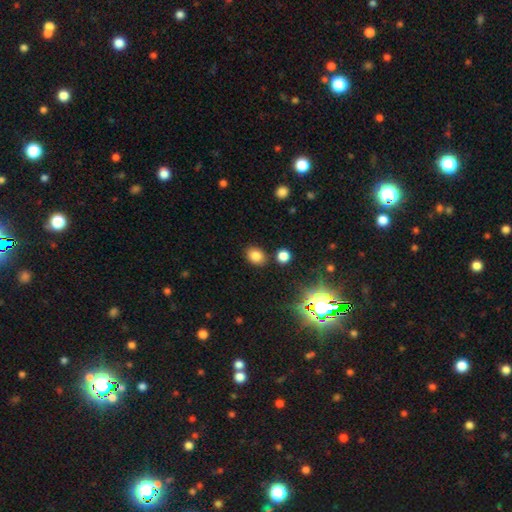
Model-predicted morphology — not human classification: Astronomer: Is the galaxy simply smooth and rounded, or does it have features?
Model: smooth — 80%.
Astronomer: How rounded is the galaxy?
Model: in between — 56% (runner-up: round, 43%).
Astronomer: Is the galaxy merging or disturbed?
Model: none — 84%.